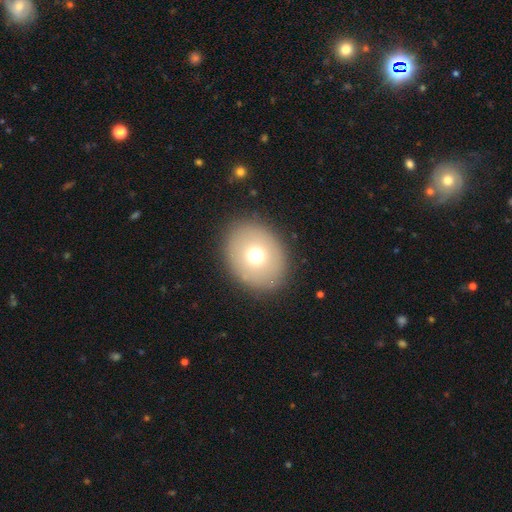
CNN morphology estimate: A smooth galaxy with no disk features (69%) that is in between round and cigar-shaped (51%). Merging: none (87%).